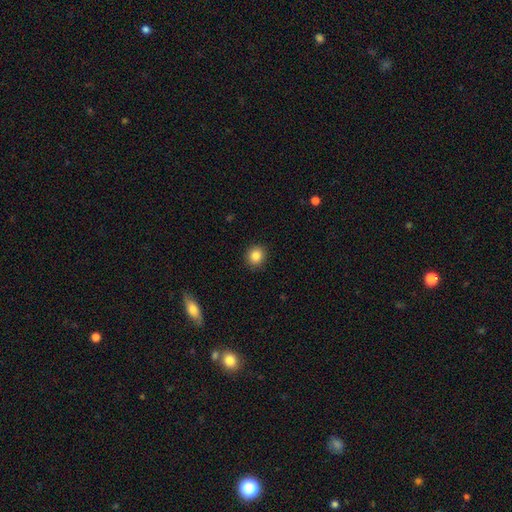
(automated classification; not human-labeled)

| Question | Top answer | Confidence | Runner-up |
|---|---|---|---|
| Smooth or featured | smooth | 85% | star or artifact (10%) |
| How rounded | round | 84% | in between (15%) |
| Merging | none | 91% | minor disturbance (6%) |